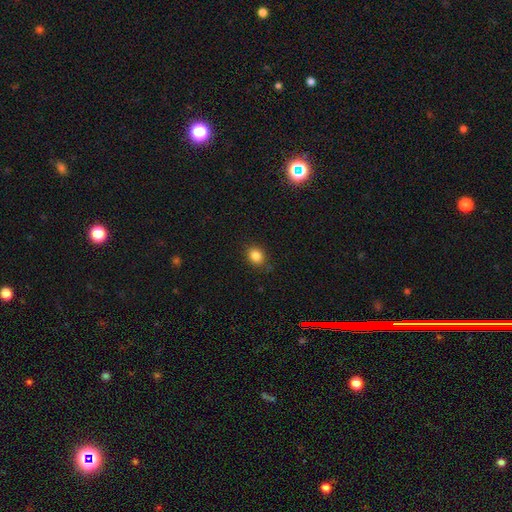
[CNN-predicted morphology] This is clearly a smooth galaxy (84%). How rounded: likely round (66%). Merging: clearly none (84%).